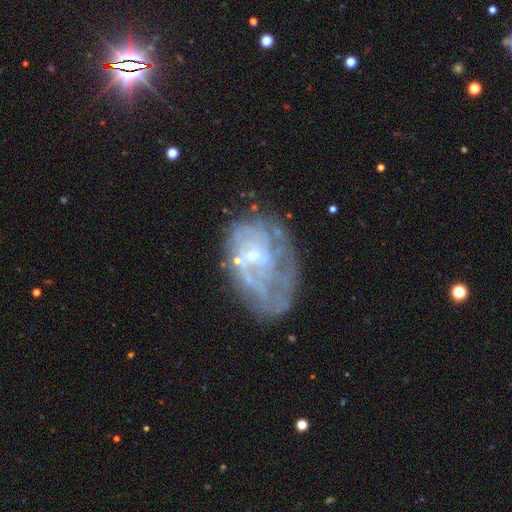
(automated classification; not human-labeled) smooth-or-featured: featured or disk: 71% | smooth: 19% | star or artifact: 9%
  disk-edge-on: no: 97% | yes: 3%
    bar: no: 62% | weak: 32% | strong: 6%
    has-spiral-arms: yes: 59% | no: 41%
    bulge-size: small: 59% | moderate: 20% | none: 18% | large: 2% | dominant: 1%
  merging: none: 47% | minor disturbance: 24% | major disturbance: 24% | merger: 5%